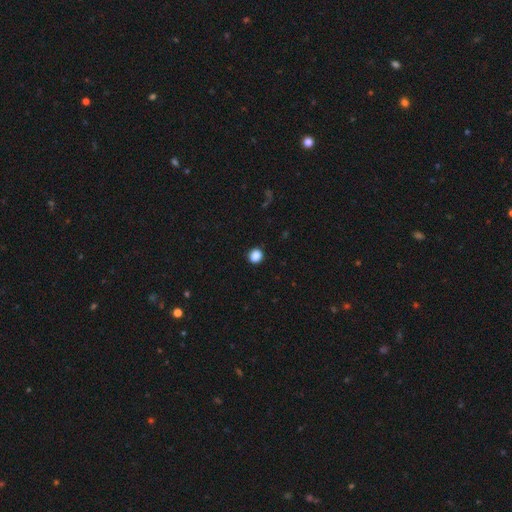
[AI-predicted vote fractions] Morphology: type=smooth (87%); roundness=round (86%); merging=none (91%).